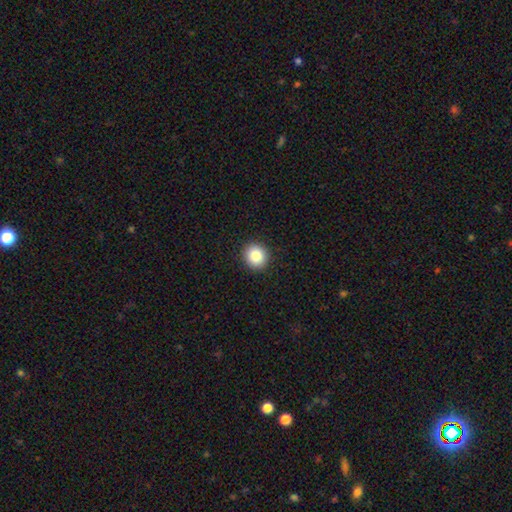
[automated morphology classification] A smooth galaxy with no disk features (86%) that is round (89%). Merging: none (92%).